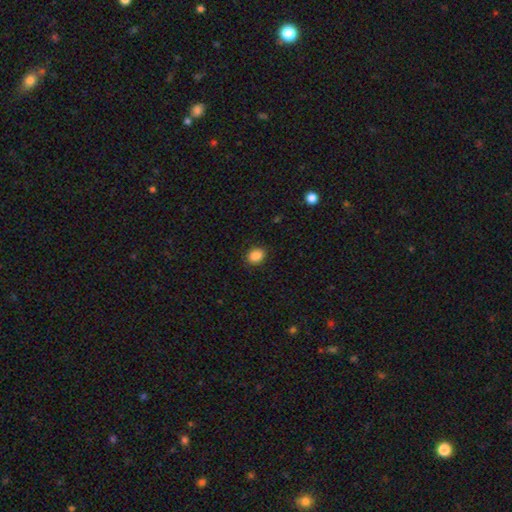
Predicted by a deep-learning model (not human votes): Smooth or featured? smooth (87%)
How rounded? in between (53%)
Merging? none (88%)